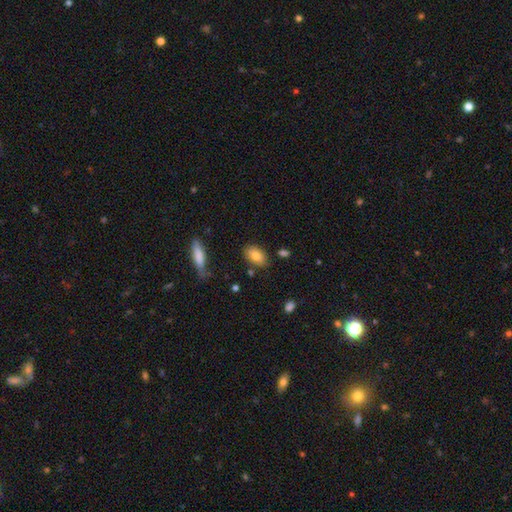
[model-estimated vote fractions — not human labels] Morphology: type=smooth (81%); roundness=in between (91%); merging=none (79%).